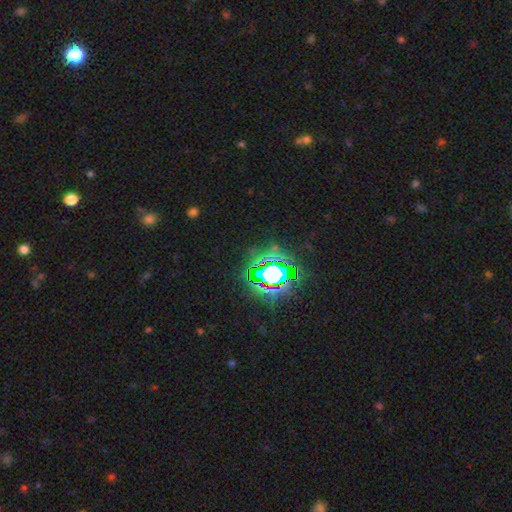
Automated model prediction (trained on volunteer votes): Smooth or featured? star or artifact (83%)